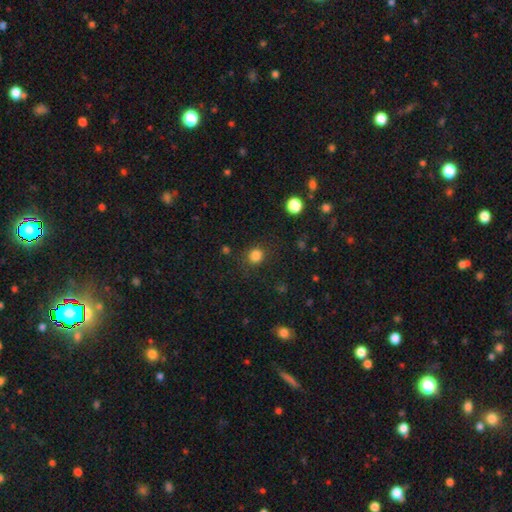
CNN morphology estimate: This appears to be a smooth galaxy with no disk features (83%) that is round (83%). Merging: none (84%).